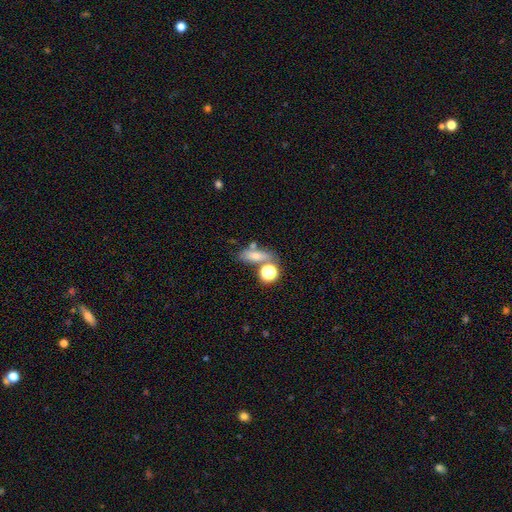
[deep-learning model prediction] Smooth or featured: smooth — 54% (star or artifact — 24%)
How rounded: in between — 41% (cigar-shaped — 32%)
Merging: none — 55% (merger — 23%)